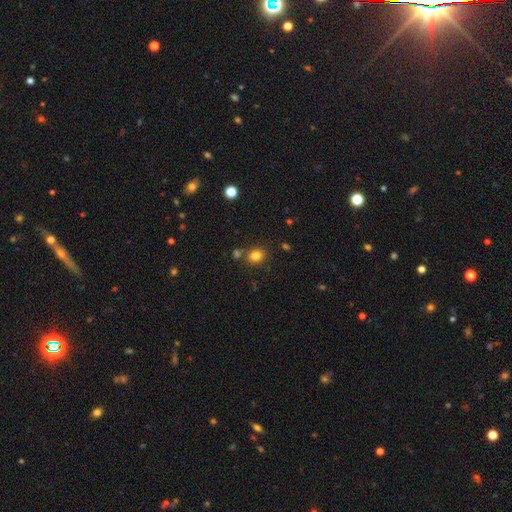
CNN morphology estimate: smooth-or-featured: smooth: 81% | star or artifact: 13% | featured or disk: 6%
  how-rounded: round: 72% | in between: 27% | cigar-shaped: 1%
  merging: none: 76% | merger: 10% | minor disturbance: 10% | major disturbance: 3%